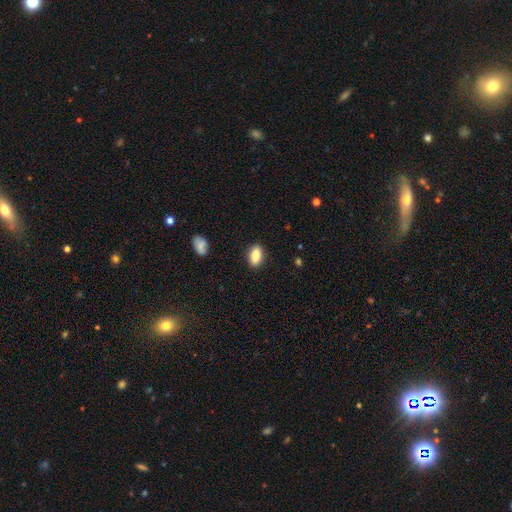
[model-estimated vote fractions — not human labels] Smooth or featured?
  - smooth: 87% *
  - star or artifact: 7%
  - featured or disk: 6%
How rounded?
  - in between: 89% *
  - cigar-shaped: 6%
  - round: 5%
Merging?
  - none: 88% *
  - minor disturbance: 9%
  - major disturbance: 2%
  - merger: 1%